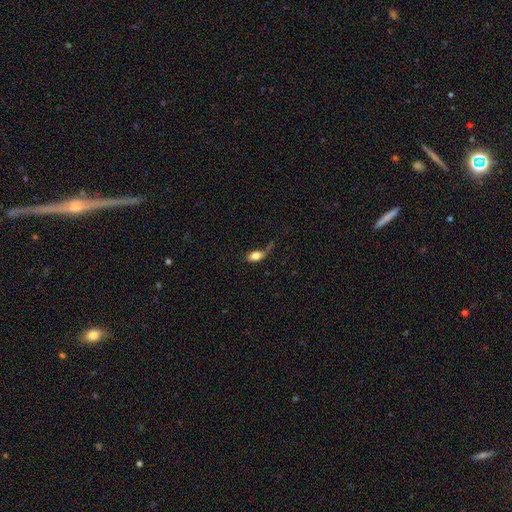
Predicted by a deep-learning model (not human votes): A smooth galaxy with no disk features (75%) that is in between round and cigar-shaped (84%). Merging: none (38%).